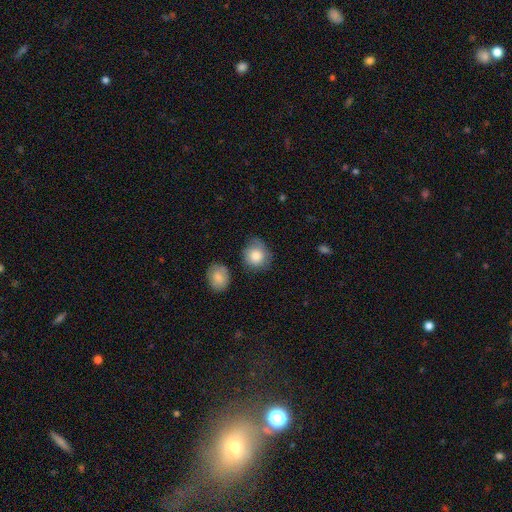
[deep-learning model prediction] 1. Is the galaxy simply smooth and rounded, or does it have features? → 82% smooth, 11% featured or disk, 7% star or artifact.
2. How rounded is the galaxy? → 80% round, 19% in between, 1% cigar-shaped.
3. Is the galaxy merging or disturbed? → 64% none, 25% minor disturbance, 7% major disturbance, 4% merger.